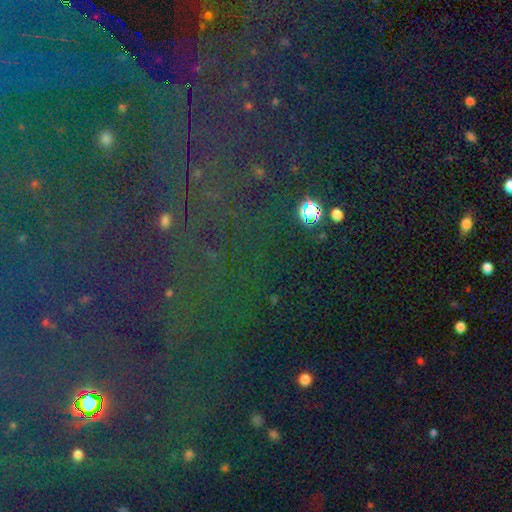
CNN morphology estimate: type=star or artifact (83%).